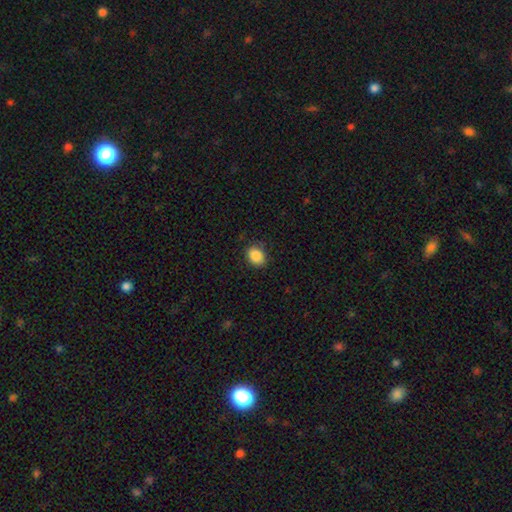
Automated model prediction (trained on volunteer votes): Smooth or featured? smooth (87%)
How rounded? in between (55%)
Merging? none (83%)